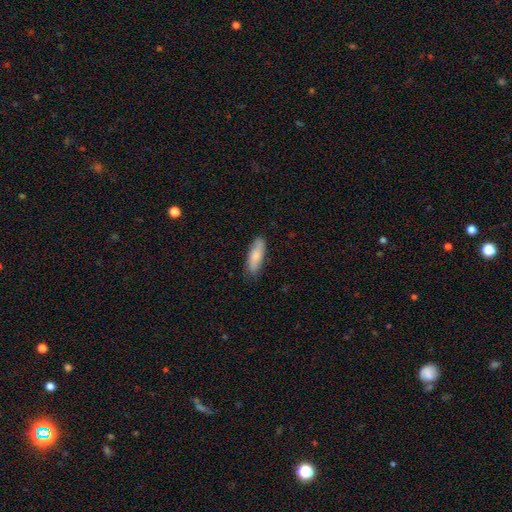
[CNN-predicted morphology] smooth 78%, featured or disk 16%, star or artifact 6%. Down the decision tree: how rounded — in between (61%); merging — none (81%).